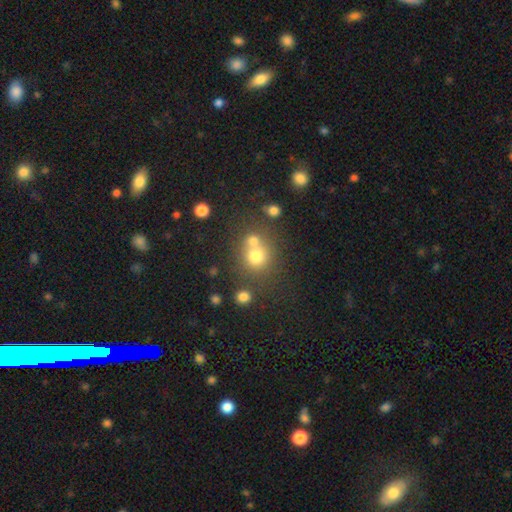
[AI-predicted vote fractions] smooth_or_featured: smooth (p=0.72) [alt: star or artifact p=0.15]
how_rounded: round (p=0.84) [alt: in between p=0.15]
merging: none (p=0.49) [alt: merger p=0.39]